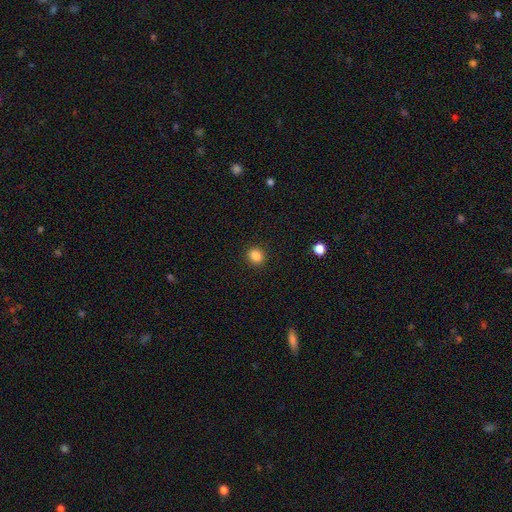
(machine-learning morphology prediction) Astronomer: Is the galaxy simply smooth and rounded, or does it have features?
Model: smooth — 86%.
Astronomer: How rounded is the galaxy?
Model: round — 66%.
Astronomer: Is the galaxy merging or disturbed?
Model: none — 91%.